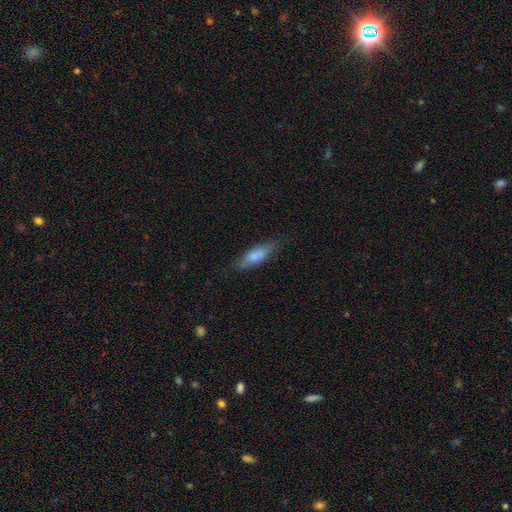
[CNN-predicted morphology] Smooth or featured? smooth (73%)
How rounded? in between (54%)
Merging? none (69%)